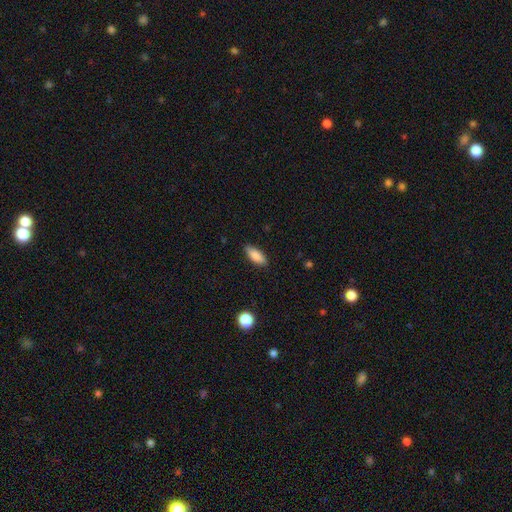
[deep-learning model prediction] This appears to be a smooth galaxy with no disk features (87%) that is in between round and cigar-shaped (81%). Merging: none (86%).